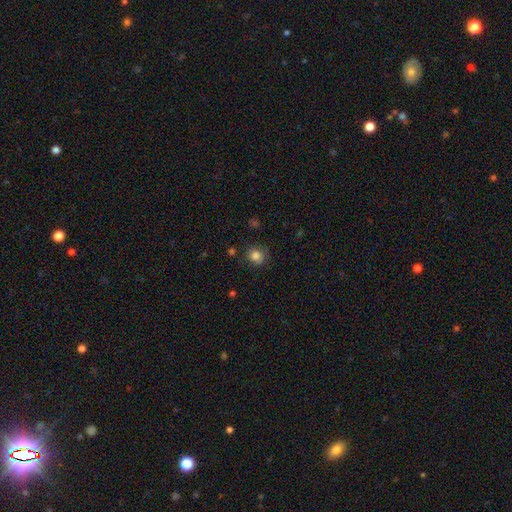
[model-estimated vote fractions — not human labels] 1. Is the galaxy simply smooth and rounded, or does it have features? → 83% smooth, 12% star or artifact, 6% featured or disk.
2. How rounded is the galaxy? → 83% round, 16% in between, 1% cigar-shaped.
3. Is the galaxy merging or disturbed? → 78% none, 16% minor disturbance, 4% major disturbance, 2% merger.